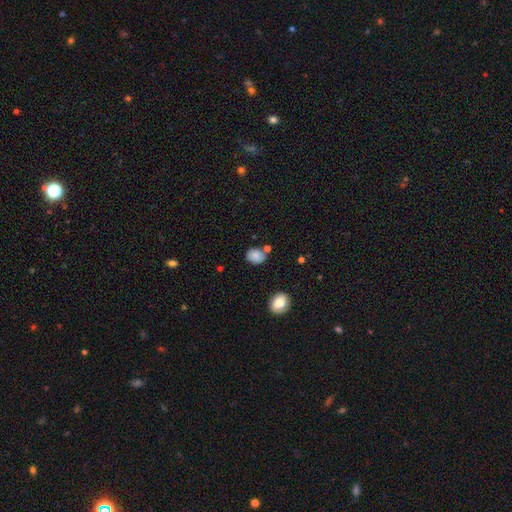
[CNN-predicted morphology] Smooth or featured? Predicted: smooth (p=0.83). How rounded? Predicted: in between (p=0.53). Merging? Predicted: none (p=0.71).